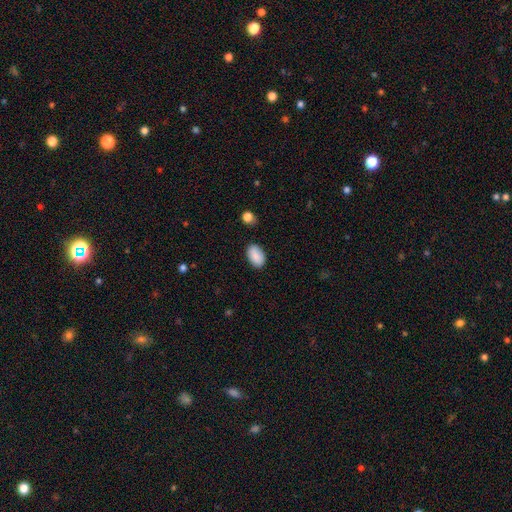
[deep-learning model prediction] smooth_or_featured: smooth (p=0.88) [alt: star or artifact p=0.07]
how_rounded: in between (p=0.92) [alt: round p=0.07]
merging: none (p=0.84) [alt: minor disturbance p=0.12]